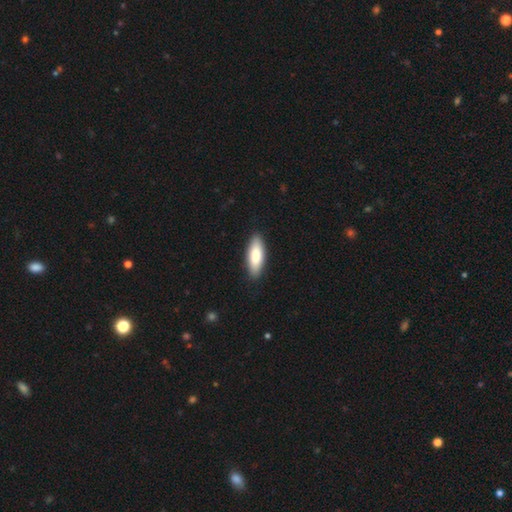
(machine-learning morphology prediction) The model was most divided on "how rounded": in between: 66%, cigar-shaped: 33%, round: 2%. More confident: merging — none (88%); smooth or featured — smooth (84%).